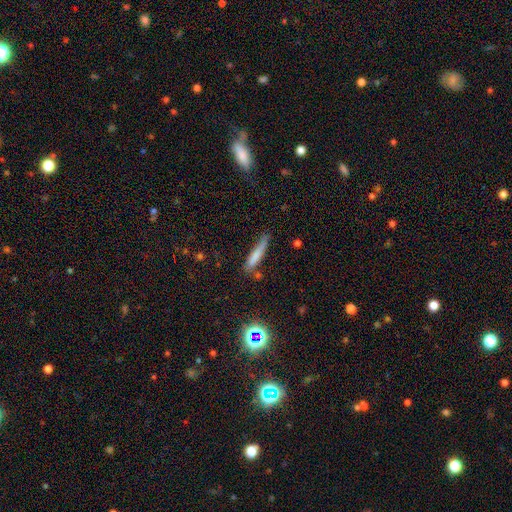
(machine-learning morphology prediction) Smooth or featured: smooth — 73% (featured or disk — 19%)
How rounded: cigar-shaped — 90% (in between — 8%)
Merging: none — 63% (minor disturbance — 24%)